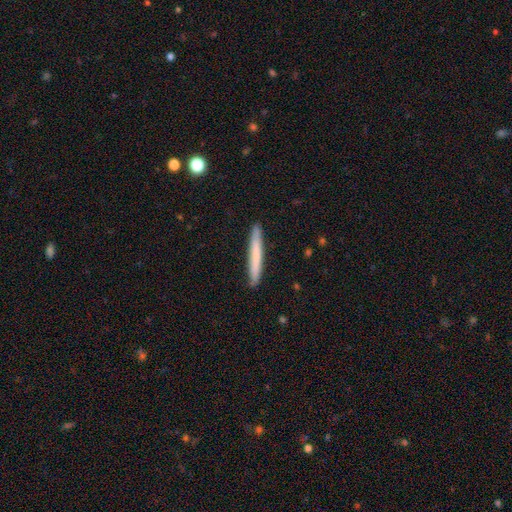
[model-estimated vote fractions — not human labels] Morphology: type=smooth (70%); roundness=cigar-shaped (97%); merging=none (91%).